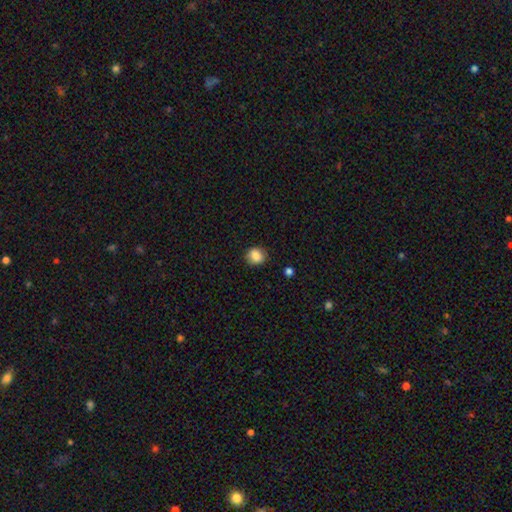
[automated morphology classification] Smooth or featured? smooth (85%)
How rounded? round (73%)
Merging? none (84%)